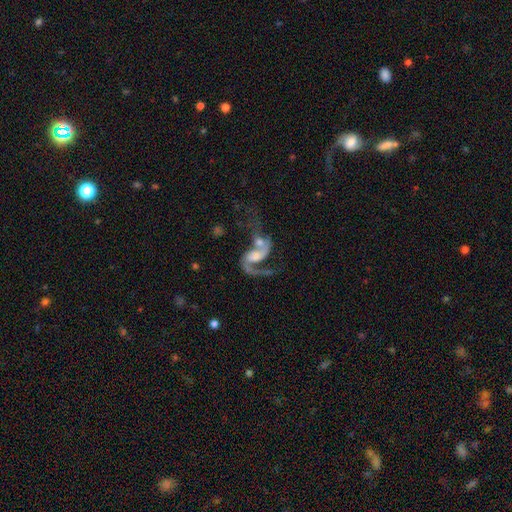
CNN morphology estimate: A featured or disk galaxy (81%) with no bar (49%), 2 (64%) loose (68%) spiral arms (91%) and a moderate central bulge (40%).

Vote fractions:
- Smooth or featured? featured or disk: 81% / smooth: 12% / star or artifact: 7%
- Edge-on disk? no: 96% / yes: 4%
- Bar? no: 49% / weak: 36% / strong: 15%
- Spiral arms? yes: 91% / no: 9%
- Spiral winding? loose: 68% / medium: 25% / tight: 7%
- Spiral arm count? 2: 64% / 1: 30% / can't tell: 3% / 3: 1% / 4: 1% / more than 4: 1%
- Bulge size? moderate: 40% / small: 26% / none: 16% / large: 15% / dominant: 3%
- Merging? merger: 51% / major disturbance: 21% / none: 20% / minor disturbance: 8%